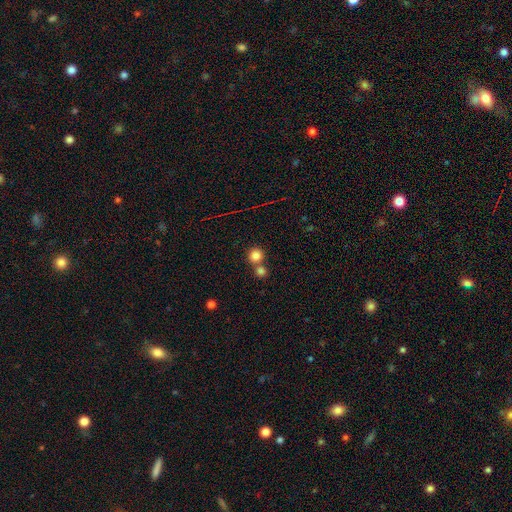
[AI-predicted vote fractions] A smooth galaxy with no disk features (82%) that is round (91%).

Vote fractions:
- Smooth or featured? smooth: 82% / star or artifact: 12% / featured or disk: 6%
- How rounded? round: 91% / in between: 8% / cigar-shaped: 1%
- Merging? none: 58% / merger: 34% / minor disturbance: 6% / major disturbance: 2%